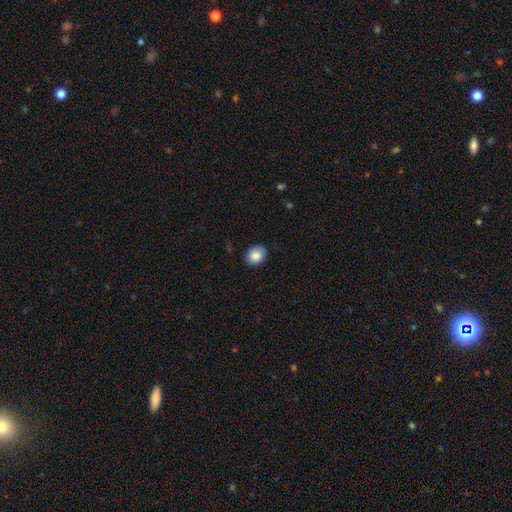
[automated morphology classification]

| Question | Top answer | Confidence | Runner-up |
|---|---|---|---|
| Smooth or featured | smooth | 85% | star or artifact (8%) |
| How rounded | in between | 55% | round (45%) |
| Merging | none | 85% | minor disturbance (12%) |